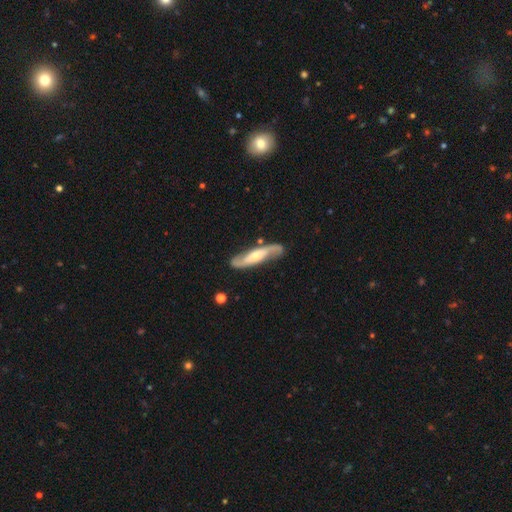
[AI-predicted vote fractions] Overall: featured or disk (76%). Edge-on disk: no (77%). Bar: no (52%; weak 28%). Spiral arms: yes (92%). Spiral arm count: 2 (88%). Spiral winding: loose (42%; medium 39%). Bulge size: moderate (47%; small 46%). Merging: none (79%).